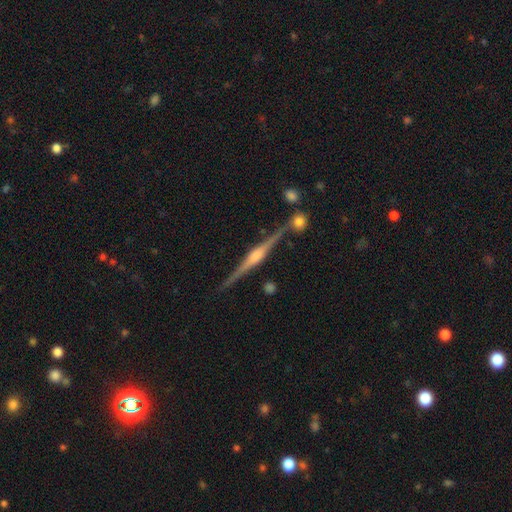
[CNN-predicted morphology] This is clearly a featured or disk galaxy (88%). It is clearly viewed edge-on (98%). Edge-on bulge: clearly rounded (85%). Merging: clearly none (85%).